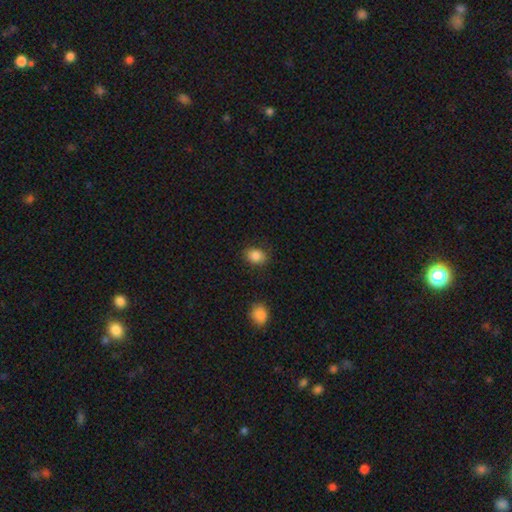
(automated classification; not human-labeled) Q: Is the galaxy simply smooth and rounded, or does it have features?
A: smooth — 86%.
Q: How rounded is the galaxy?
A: in between — 57%.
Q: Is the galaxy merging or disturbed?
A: none — 83%.